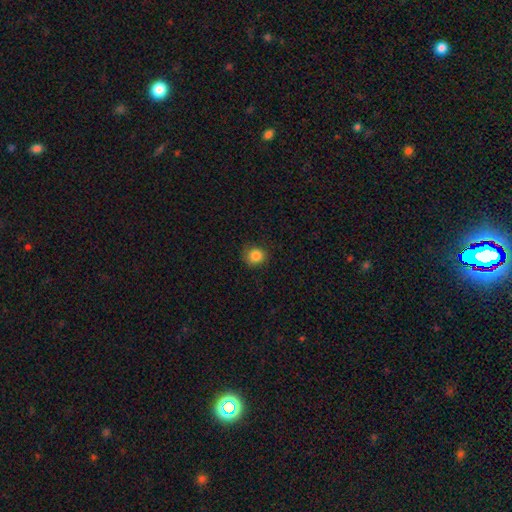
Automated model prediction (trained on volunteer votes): Smooth or featured?
  - smooth: 85% *
  - star or artifact: 10%
  - featured or disk: 5%
How rounded?
  - round: 85% *
  - in between: 14%
  - cigar-shaped: 1%
Merging?
  - none: 79% *
  - minor disturbance: 16%
  - major disturbance: 4%
  - merger: 1%